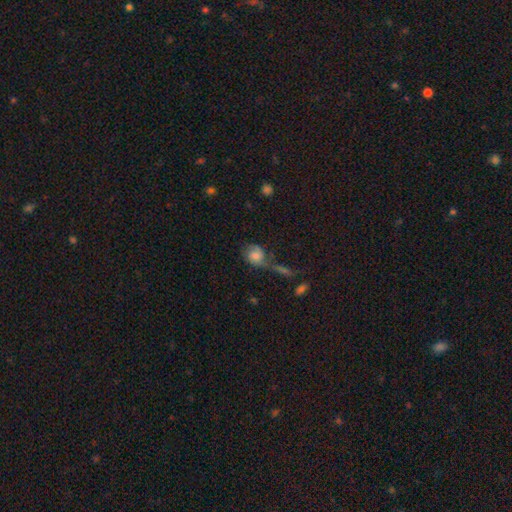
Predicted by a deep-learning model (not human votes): smooth 53%, featured or disk 37%, star or artifact 11%. Down the decision tree: how rounded — round (59%); merging — none (37%).